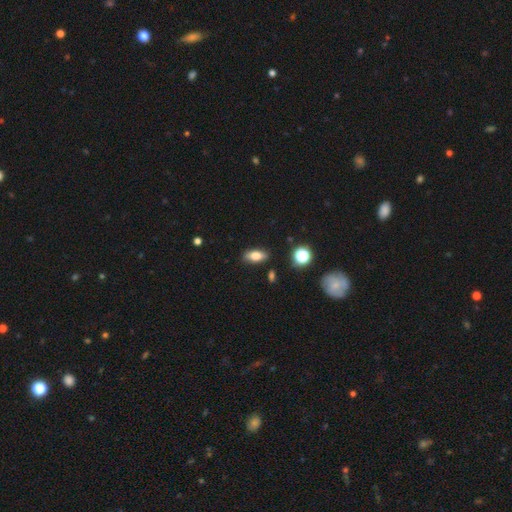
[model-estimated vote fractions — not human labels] smooth 73%, featured or disk 18%, star or artifact 9%. Down the decision tree: how rounded — in between (81%); merging — none (86%).